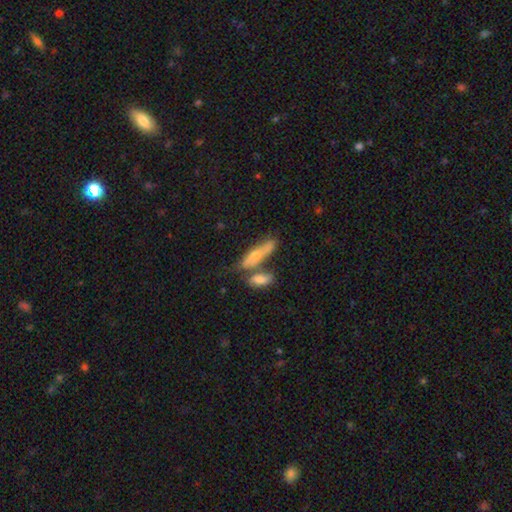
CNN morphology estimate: Smooth or featured: smooth — 51% (featured or disk — 42%)
How rounded: cigar-shaped — 58% (in between — 39%)
Merging: none — 45% (merger — 34%)